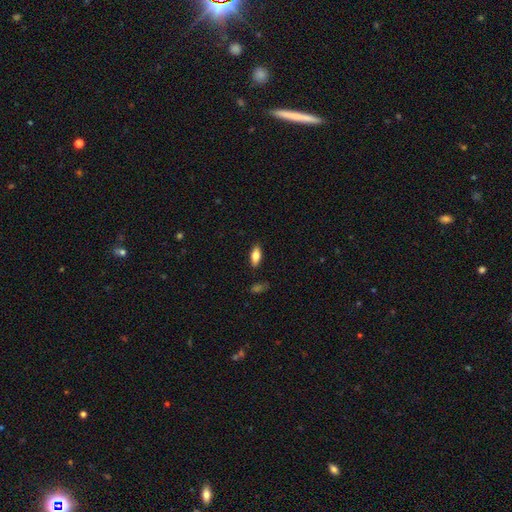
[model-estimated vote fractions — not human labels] smooth-or-featured: smooth: 75% | featured or disk: 18% | star or artifact: 7%
  how-rounded: in between: 82% | cigar-shaped: 16% | round: 3%
  merging: none: 87% | minor disturbance: 10% | major disturbance: 2% | merger: 1%